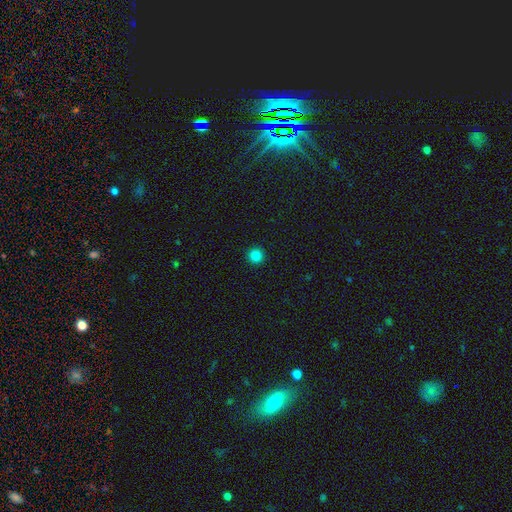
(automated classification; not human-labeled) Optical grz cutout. It shows a smooth galaxy with no disk features (84%) that is round (96%). Merging: none (94%).